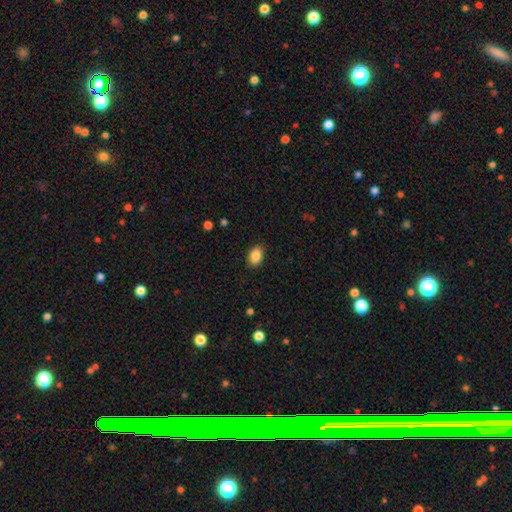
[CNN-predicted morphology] Smooth or featured: smooth — 87% (star or artifact — 8%)
How rounded: in between — 85% (round — 14%)
Merging: none — 88% (minor disturbance — 9%)